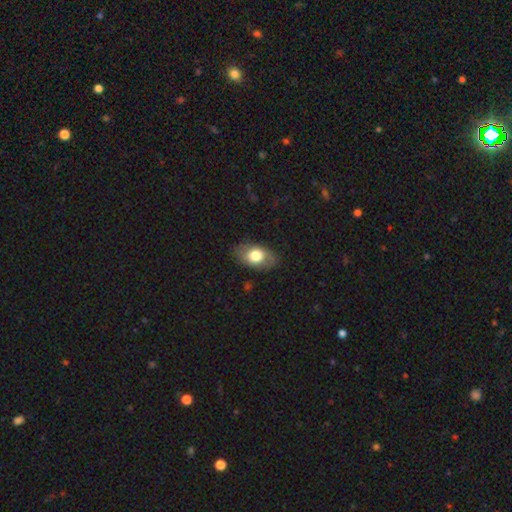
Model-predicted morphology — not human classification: A smooth galaxy with no disk features (67%) that is in between round and cigar-shaped (88%). Merging: none (79%).